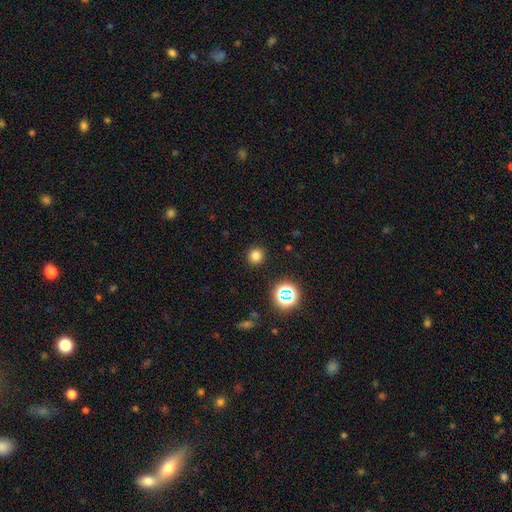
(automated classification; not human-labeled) A smooth galaxy with no disk features (77%) that is round (92%).

Vote fractions:
- Smooth or featured? smooth: 77% / star or artifact: 18% / featured or disk: 5%
- How rounded? round: 92% / in between: 7% / cigar-shaped: 1%
- Merging? none: 91% / minor disturbance: 6% / major disturbance: 2% / merger: 1%